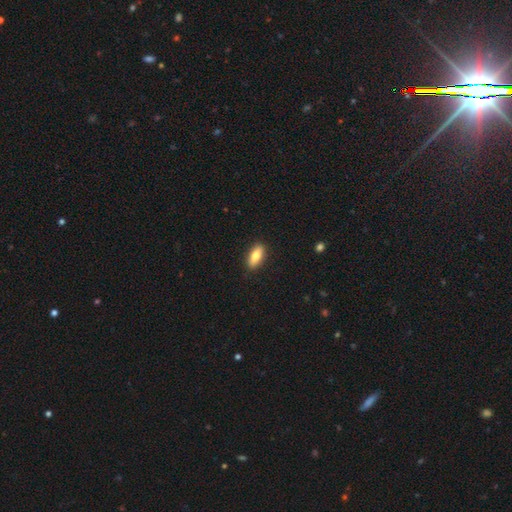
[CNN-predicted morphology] Smooth or featured? Predicted: smooth (p=0.78). How rounded? Predicted: in between (p=0.80). Merging? Predicted: none (p=0.88).